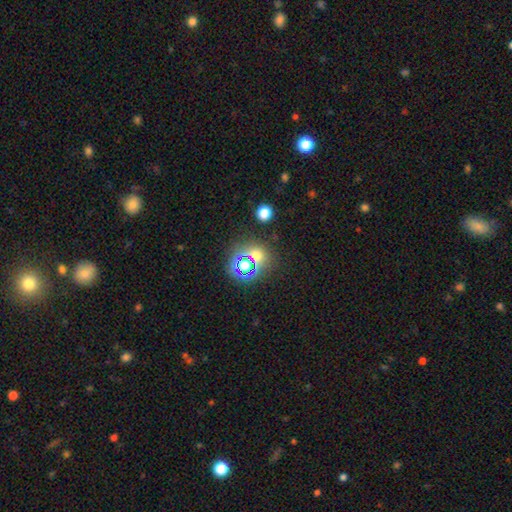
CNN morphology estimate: The model was most divided on "smooth or featured": star or artifact: 48%, smooth: 43%, featured or disk: 9%.